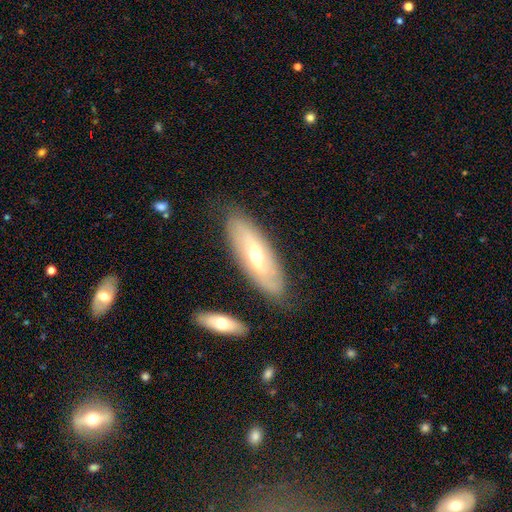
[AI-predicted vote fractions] A featured or disk galaxy (63%).

Vote fractions:
- Smooth or featured? featured or disk: 63% / smooth: 31% / star or artifact: 6%
- Edge-on disk? no: 77% / yes: 23%
- Merging? none: 80% / minor disturbance: 13% / merger: 3% / major disturbance: 3%